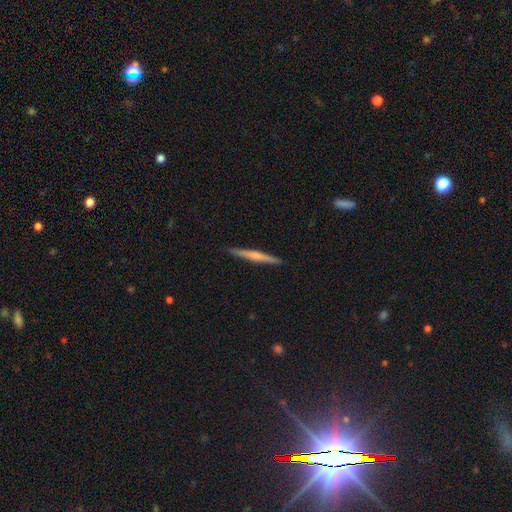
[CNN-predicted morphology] smooth_or_featured: featured or disk (p=0.50) [alt: smooth p=0.45]
merging: none (p=0.92) [alt: minor disturbance p=0.06]